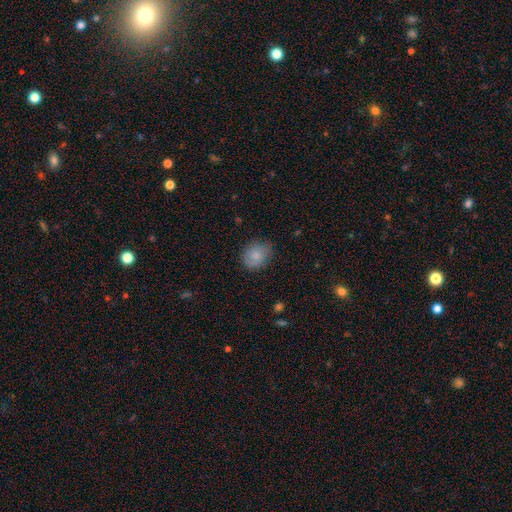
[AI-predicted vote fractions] Q: Smooth or featured?
A: smooth (81%); runner-up: featured or disk (11%)
Q: How rounded?
A: round (60%); runner-up: in between (40%)
Q: Merging?
A: none (74%); runner-up: minor disturbance (20%)